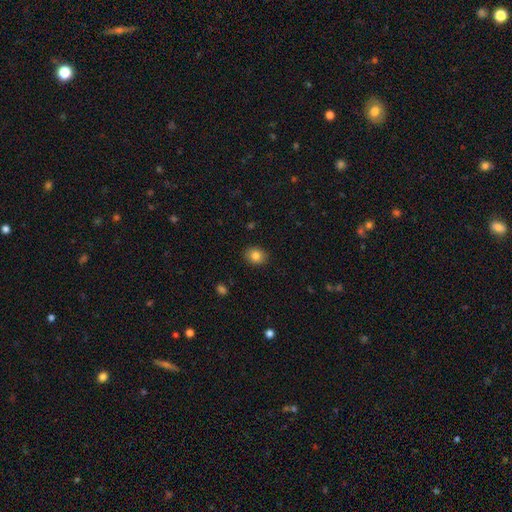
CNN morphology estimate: Smooth or featured? smooth (83%)
How rounded? round (55%)
Merging? none (89%)